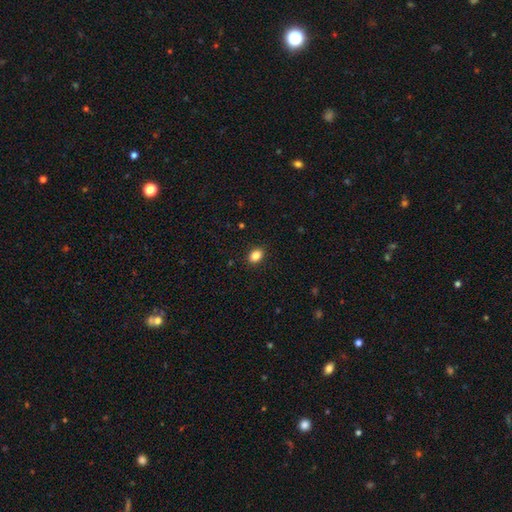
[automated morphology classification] A smooth galaxy with no disk features (86%) that is in between round and cigar-shaped (70%). Merging: none (89%).